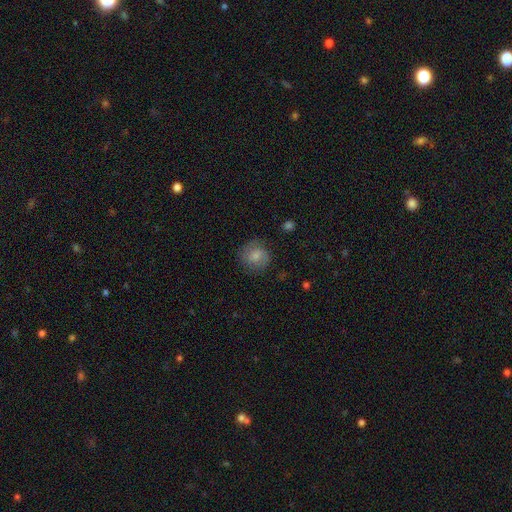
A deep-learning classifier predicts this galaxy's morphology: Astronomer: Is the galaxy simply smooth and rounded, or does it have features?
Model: smooth — 65%.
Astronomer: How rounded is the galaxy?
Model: round — 85%.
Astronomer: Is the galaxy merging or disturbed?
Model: none — 78%.